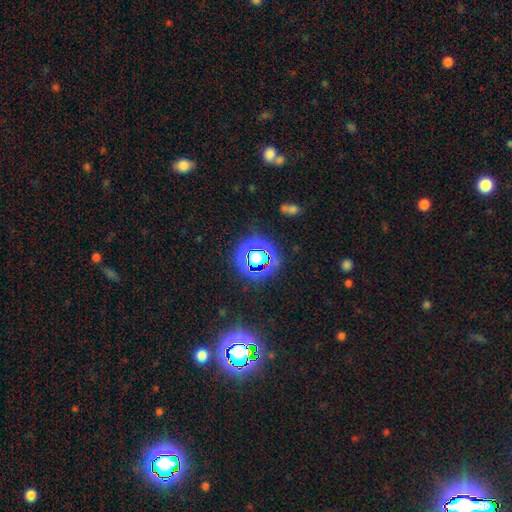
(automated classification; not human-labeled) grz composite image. It shows a star or artifact, not a galaxy (77%).